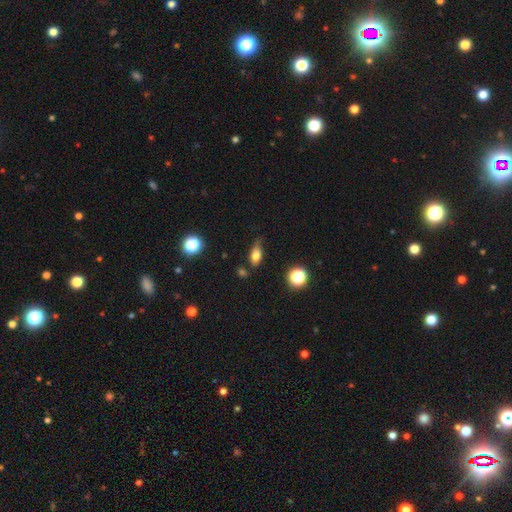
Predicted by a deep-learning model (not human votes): Morphology: type=smooth (75%); roundness=in between (80%); merging=none (65%).